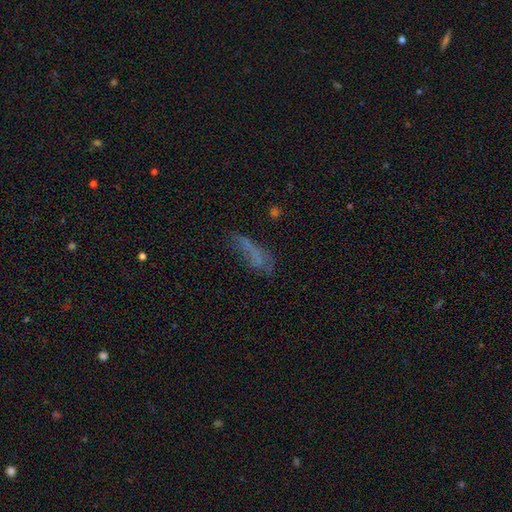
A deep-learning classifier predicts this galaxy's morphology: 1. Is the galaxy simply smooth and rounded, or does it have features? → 51% smooth, 31% featured or disk, 18% star or artifact.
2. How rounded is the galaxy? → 49% in between, 47% cigar-shaped, 4% round.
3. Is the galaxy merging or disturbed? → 38% none, 30% major disturbance, 26% minor disturbance, 6% merger.